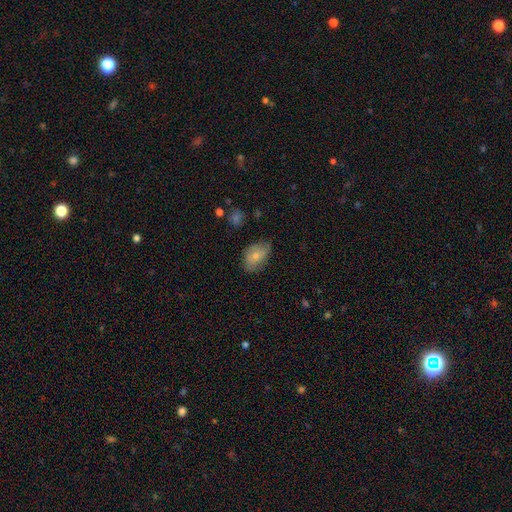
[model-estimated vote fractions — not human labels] Smooth or featured: smooth — 72% (featured or disk — 21%)
How rounded: in between — 85% (round — 13%)
Merging: none — 61% (minor disturbance — 30%)